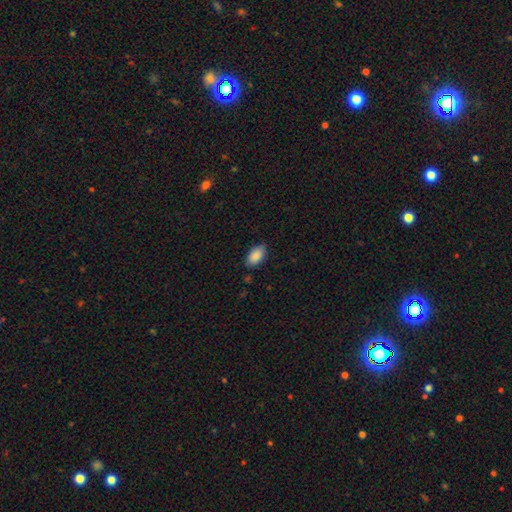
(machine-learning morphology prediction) This is clearly a smooth galaxy (89%). How rounded: clearly in between (93%). Merging: likely none (78%).